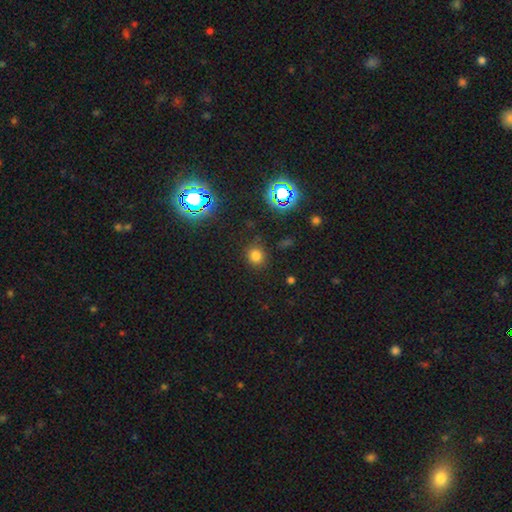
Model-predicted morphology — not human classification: This appears to be a smooth galaxy with no disk features (72%) that is round (85%). Merging: none (84%).